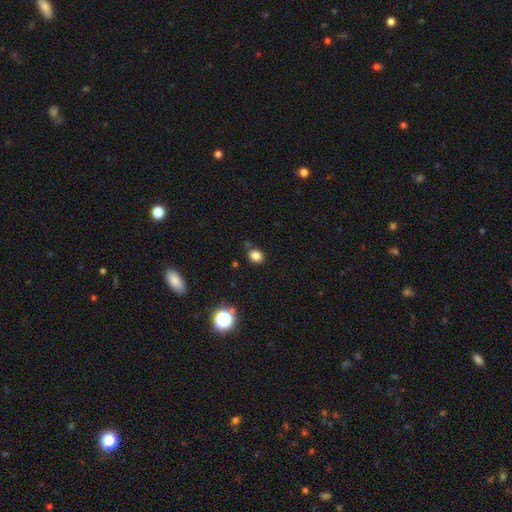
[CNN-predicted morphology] smooth 82%, star or artifact 14%, featured or disk 5%. Down the decision tree: how rounded — round (55%); merging — none (75%).